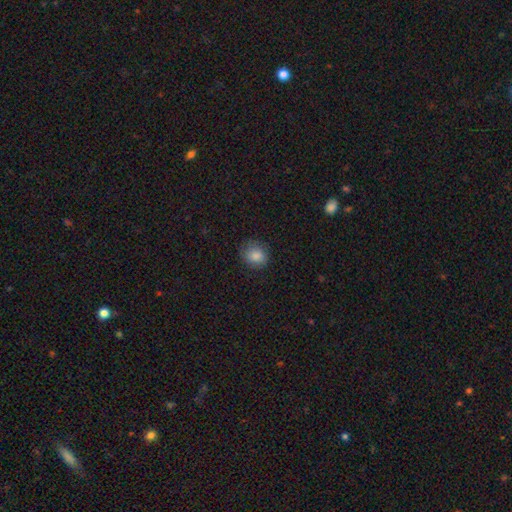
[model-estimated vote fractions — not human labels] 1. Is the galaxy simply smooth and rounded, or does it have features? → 85% smooth, 9% star or artifact, 5% featured or disk.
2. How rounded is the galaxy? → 71% round, 28% in between, 1% cigar-shaped.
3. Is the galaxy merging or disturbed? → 81% none, 14% minor disturbance, 4% major disturbance, 1% merger.